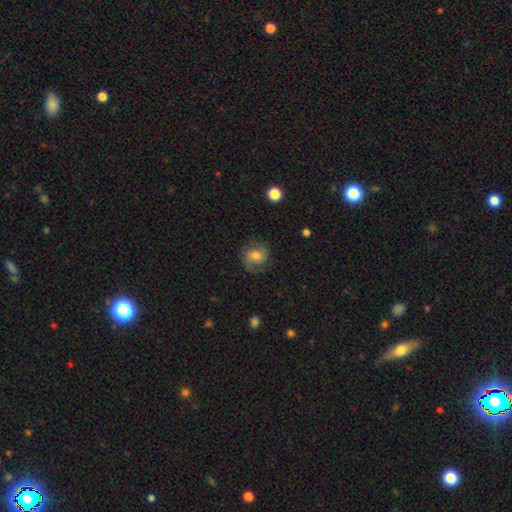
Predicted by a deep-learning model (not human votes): The model was most divided on "bar": no: 57%, weak: 35%, strong: 8%. More confident: edge-on disk — no (97%); spiral arms — yes (89%); merging — none (76%); bulge size — moderate (66%); smooth or featured — featured or disk (57%).